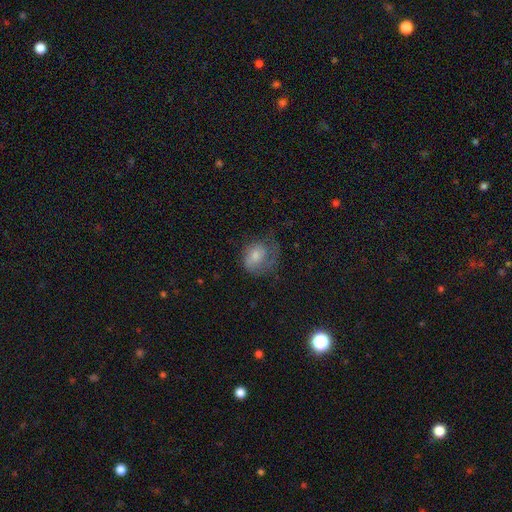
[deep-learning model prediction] Smooth or featured? featured or disk (46%, tied with smooth)
Merging? none (40%)